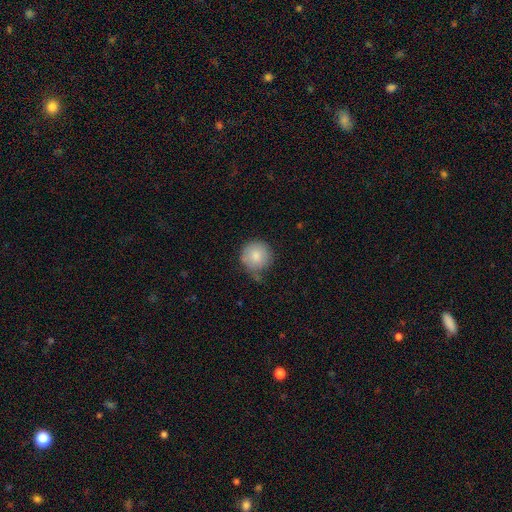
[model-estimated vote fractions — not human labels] smooth_or_featured: smooth (p=0.83) [alt: featured or disk p=0.09]
how_rounded: round (p=0.95) [alt: in between p=0.04]
merging: none (p=0.65) [alt: minor disturbance p=0.25]